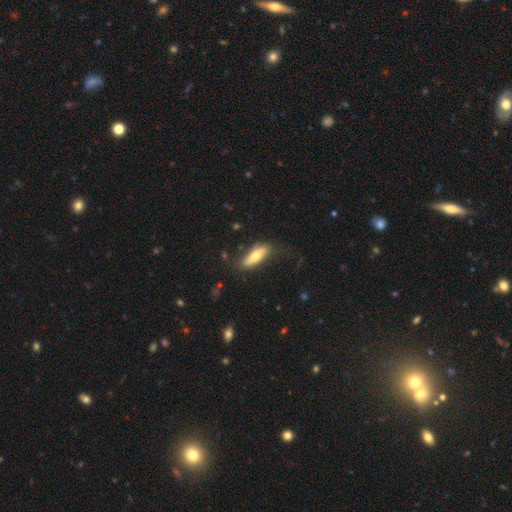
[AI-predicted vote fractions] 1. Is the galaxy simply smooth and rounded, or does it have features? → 66% smooth, 29% featured or disk, 6% star or artifact.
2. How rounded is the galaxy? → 52% in between, 46% cigar-shaped, 2% round.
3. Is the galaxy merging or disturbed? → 70% none, 20% minor disturbance, 7% major disturbance, 2% merger.